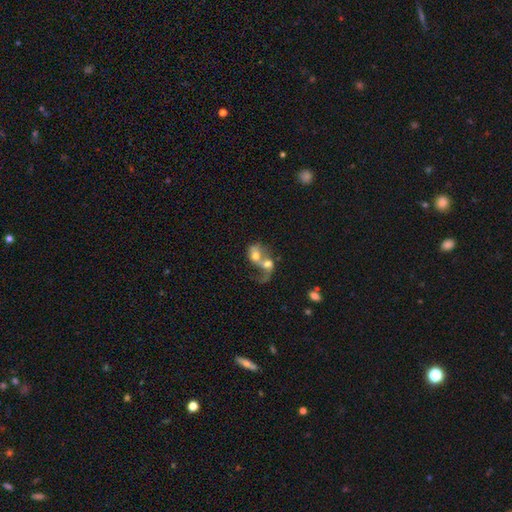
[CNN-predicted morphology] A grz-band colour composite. It shows a featured or disk galaxy (48%). Merging: merger (78%).